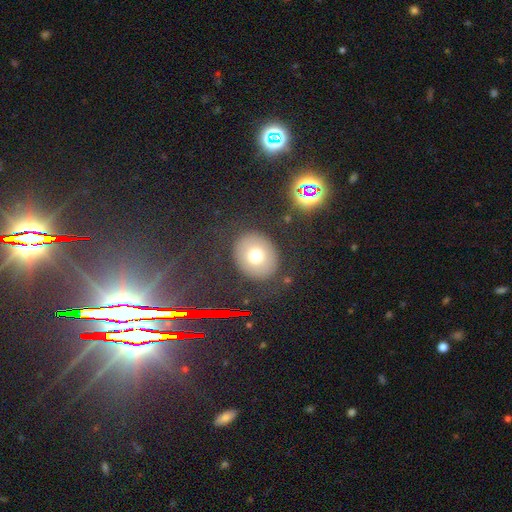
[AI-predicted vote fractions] This is likely a smooth galaxy (68%). How rounded: likely round (72%). Merging: clearly none (84%).